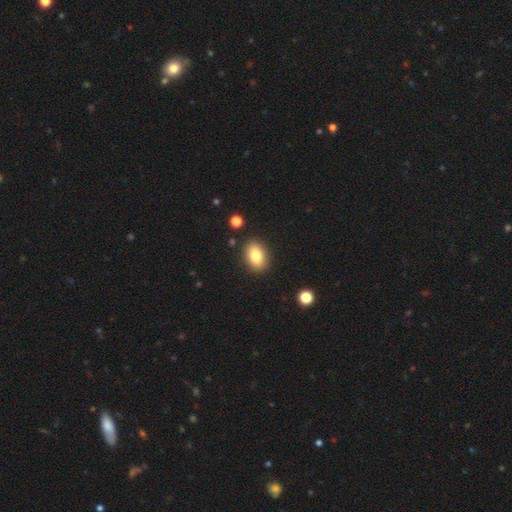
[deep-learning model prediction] Overall: smooth (81%). How rounded: in between (83%). Merging: none (87%).